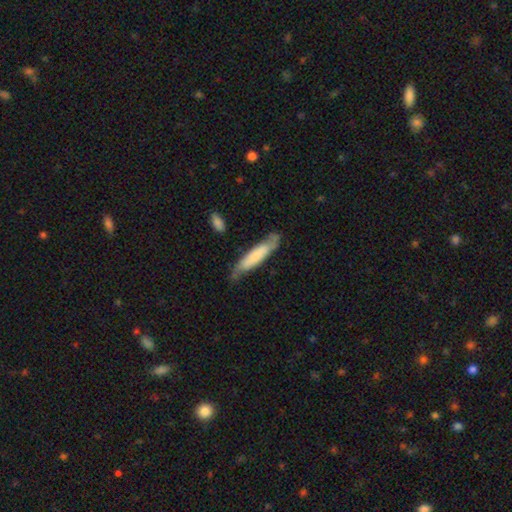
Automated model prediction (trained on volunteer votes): Smooth or featured? Predicted: smooth (p=0.60). How rounded? Predicted: cigar-shaped (p=0.80). Merging? Predicted: none (p=0.65).